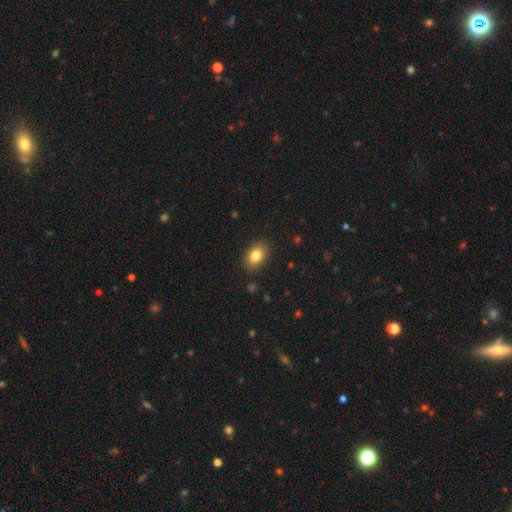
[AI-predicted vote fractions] Overall: smooth (82%). How rounded: in between (81%). Merging: none (87%).